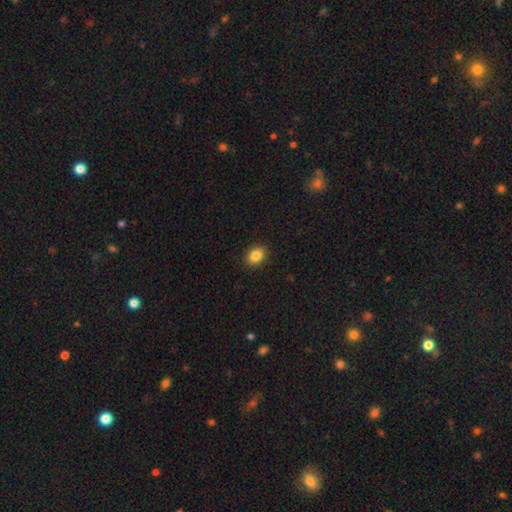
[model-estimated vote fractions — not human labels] Overall: smooth (86%). How rounded: in between (66%; round 33%). Merging: none (89%).